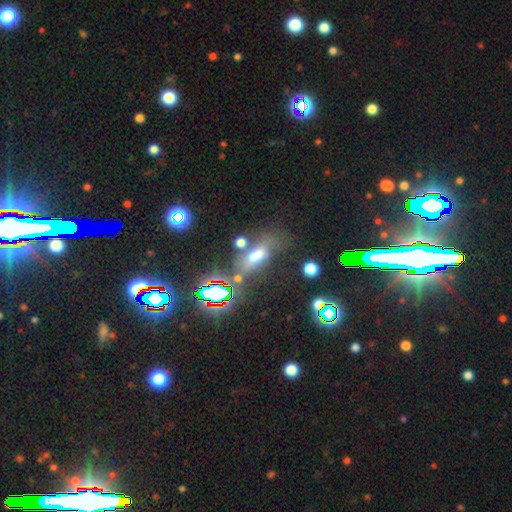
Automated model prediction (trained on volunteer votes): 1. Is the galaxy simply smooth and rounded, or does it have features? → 52% smooth, 28% star or artifact, 21% featured or disk.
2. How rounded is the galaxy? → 65% in between, 24% cigar-shaped, 11% round.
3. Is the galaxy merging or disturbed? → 52% none, 19% minor disturbance, 15% merger, 14% major disturbance.